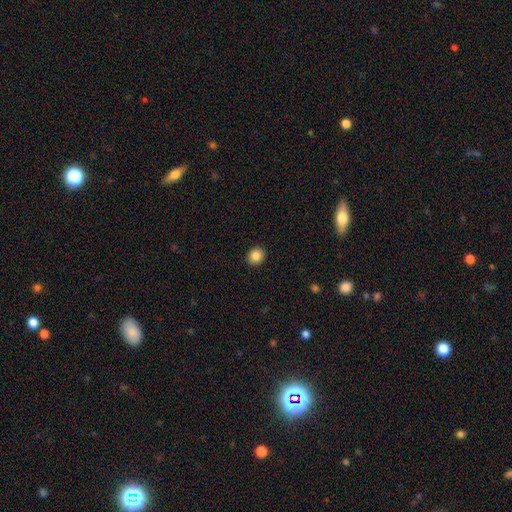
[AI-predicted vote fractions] smooth 85%, star or artifact 10%, featured or disk 5%. Down the decision tree: how rounded — round (80%); merging — none (92%).